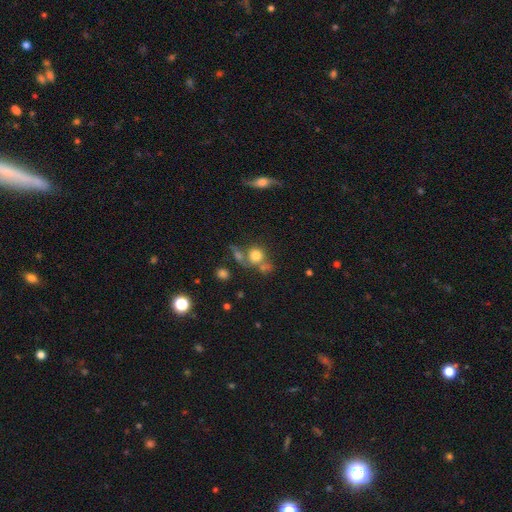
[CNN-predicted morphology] type=smooth (75%); roundness=round (83%); merging=none (47%).